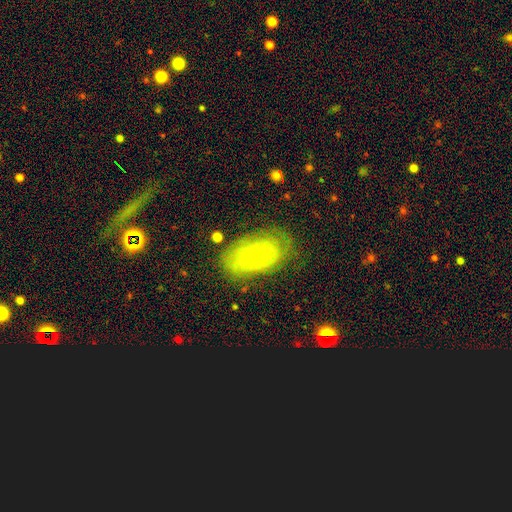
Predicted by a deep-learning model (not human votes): This appears to be a featured or disk galaxy (55%) with no bar (85%), spiral arms (61%) and a small central bulge (74%). Merging: none (67%).